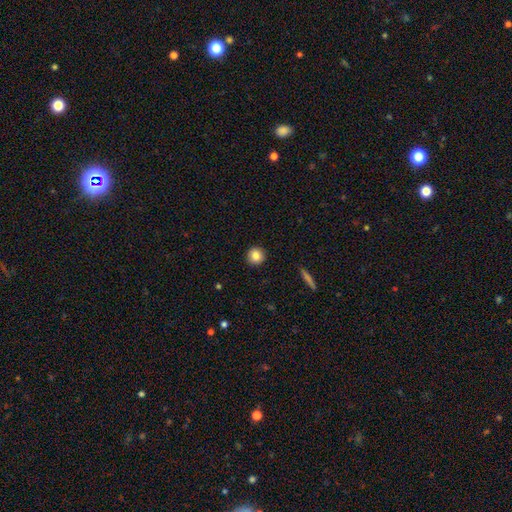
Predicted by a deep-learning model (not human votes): Morphology: type=smooth (84%); roundness=round (95%); merging=none (92%).